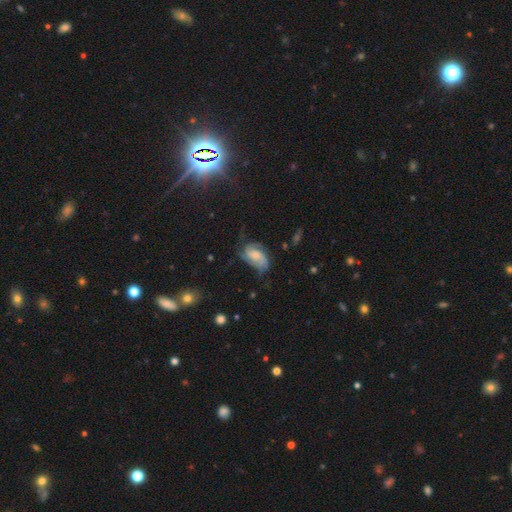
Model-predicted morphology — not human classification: Q: Smooth or featured?
A: featured or disk (65%); runner-up: smooth (26%)
Q: Edge-on disk?
A: no (97%); runner-up: yes (3%)
Q: Bar?
A: no (61%); runner-up: weak (32%)
Q: Spiral arms?
A: yes (89%); runner-up: no (11%)
Q: Spiral winding?
A: medium (45%); runner-up: tight (32%)
Q: Spiral arm count?
A: 2 (33%); runner-up: 3 (27%)
Q: Bulge size?
A: moderate (32%); runner-up: small (25%)
Q: Merging?
A: none (46%); runner-up: minor disturbance (28%)